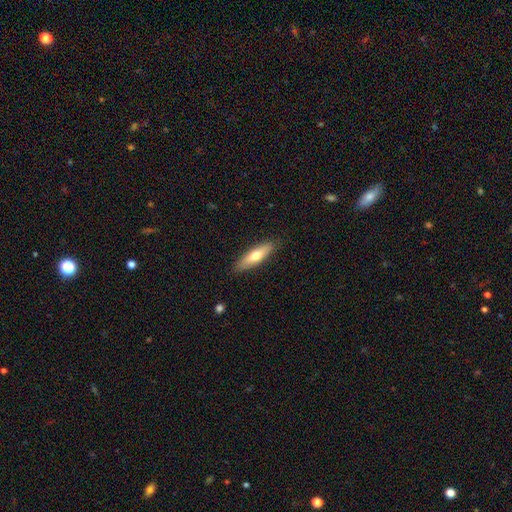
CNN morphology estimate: smooth_or_featured: smooth (p=0.61) [alt: featured or disk p=0.34]
how_rounded: cigar-shaped (p=0.64) [alt: in between p=0.34]
merging: none (p=0.87) [alt: minor disturbance p=0.10]